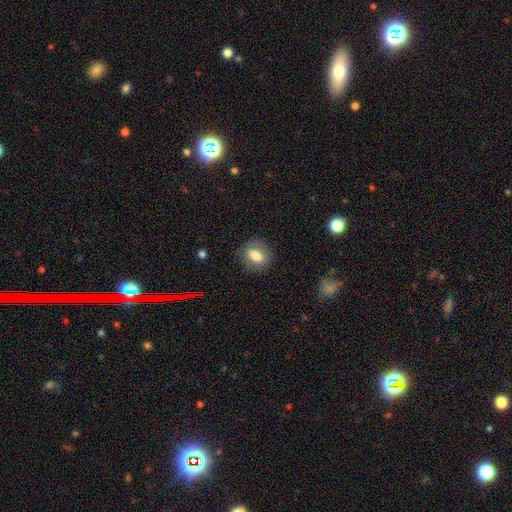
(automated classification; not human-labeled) Q: Smooth or featured?
A: smooth (73%); runner-up: featured or disk (18%)
Q: How rounded?
A: in between (51%); runner-up: round (47%)
Q: Merging?
A: none (83%); runner-up: minor disturbance (12%)